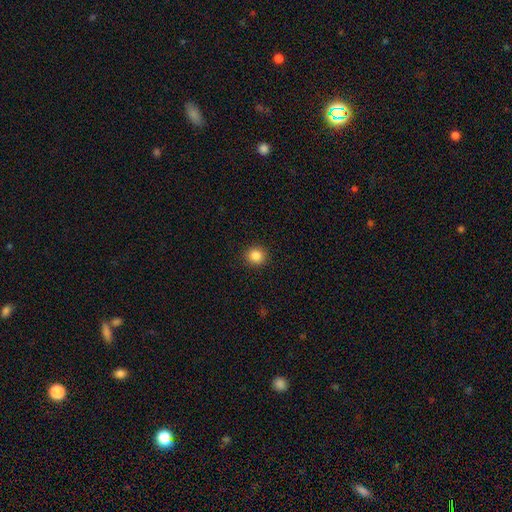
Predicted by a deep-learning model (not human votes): smooth 86%, star or artifact 10%, featured or disk 4%. Down the decision tree: how rounded — round (89%); merging — none (92%).